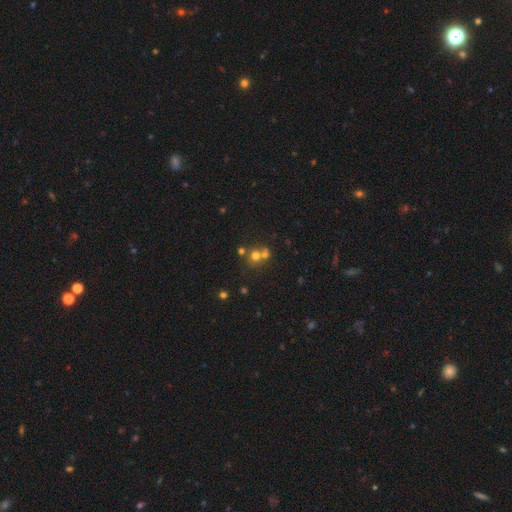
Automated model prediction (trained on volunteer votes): A smooth galaxy with no disk features (62%) that is round (84%).

Vote fractions:
- Smooth or featured? smooth: 62% / star or artifact: 21% / featured or disk: 17%
- How rounded? round: 84% / in between: 15% / cigar-shaped: 1%
- Merging? merger: 46% / none: 44% / minor disturbance: 6% / major disturbance: 3%